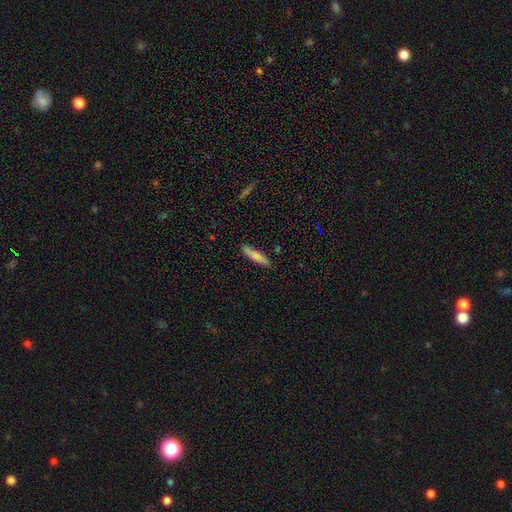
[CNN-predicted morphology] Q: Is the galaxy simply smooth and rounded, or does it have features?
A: smooth — 80%.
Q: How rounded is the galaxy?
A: cigar-shaped — 82%.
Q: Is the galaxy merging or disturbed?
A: none — 84%.